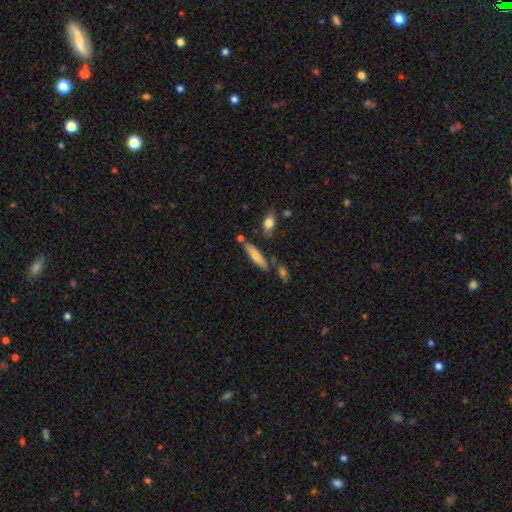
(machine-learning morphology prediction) smooth_or_featured: smooth (p=0.70) [alt: featured or disk p=0.23]
how_rounded: cigar-shaped (p=0.71) [alt: in between p=0.27]
merging: none (p=0.73) [alt: minor disturbance p=0.15]